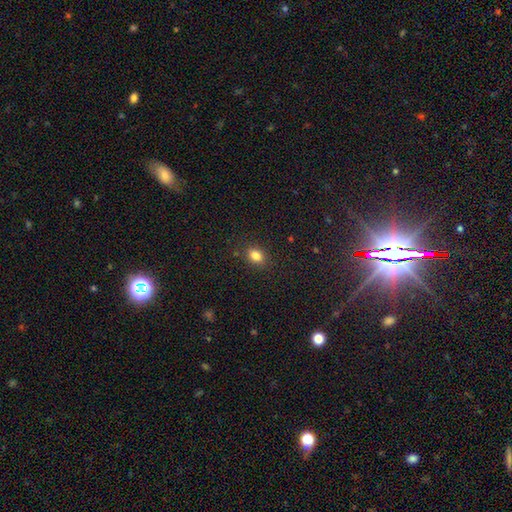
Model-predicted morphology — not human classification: This appears to be a smooth galaxy with no disk features (83%) that is in between round and cigar-shaped (71%). Merging: none (85%).